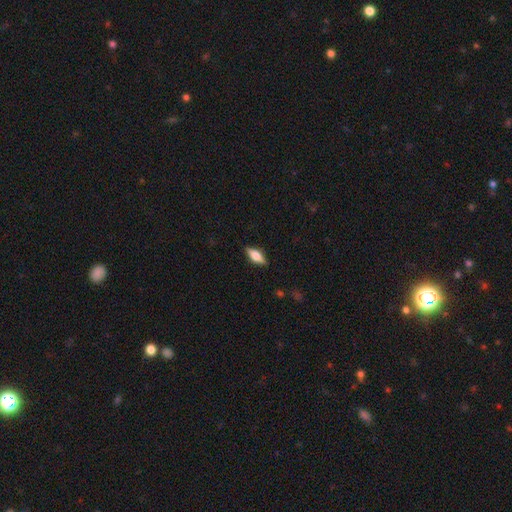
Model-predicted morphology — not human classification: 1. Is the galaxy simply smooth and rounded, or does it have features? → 59% smooth, 34% featured or disk, 7% star or artifact.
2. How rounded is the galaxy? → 70% in between, 27% cigar-shaped, 3% round.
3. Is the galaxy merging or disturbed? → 86% none, 10% minor disturbance, 2% major disturbance, 1% merger.